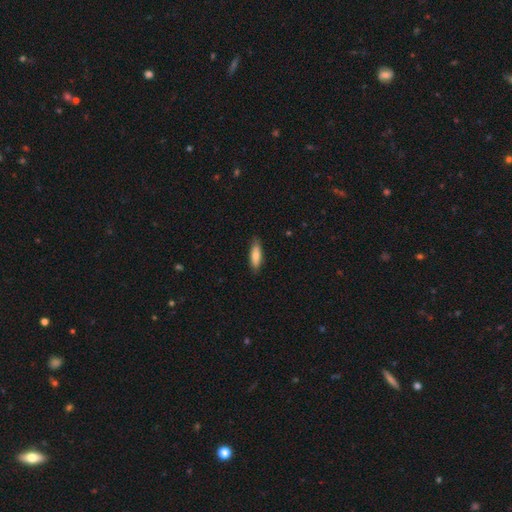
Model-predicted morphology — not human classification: Smooth or featured?
  - smooth: 80% *
  - featured or disk: 14%
  - star or artifact: 6%
How rounded?
  - cigar-shaped: 50% *
  - in between: 48%
  - round: 2%
Merging?
  - none: 82% *
  - minor disturbance: 15%
  - major disturbance: 2%
  - merger: 1%